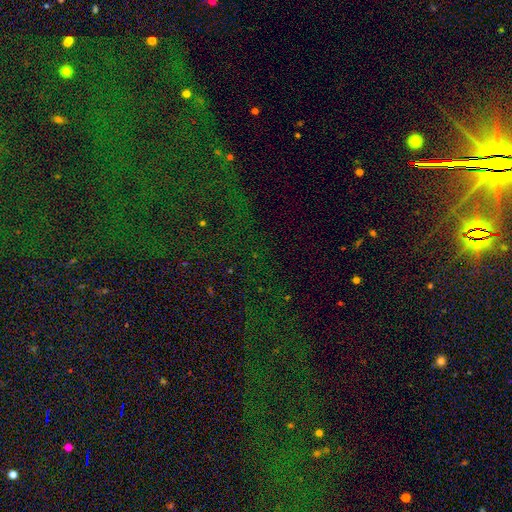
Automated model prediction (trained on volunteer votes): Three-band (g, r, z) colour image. It shows a star or artifact, not a galaxy (82%).